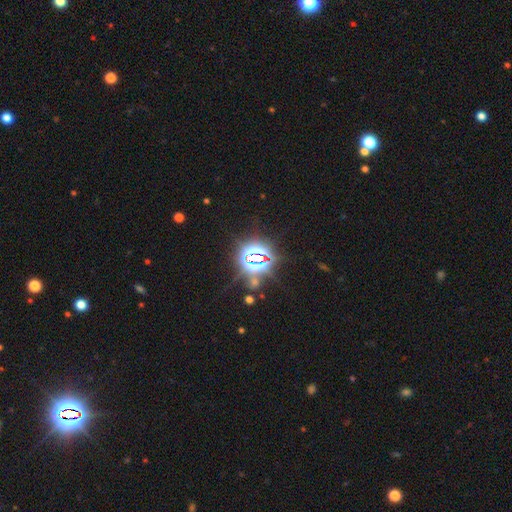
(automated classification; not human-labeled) Overall: star or artifact (82%).